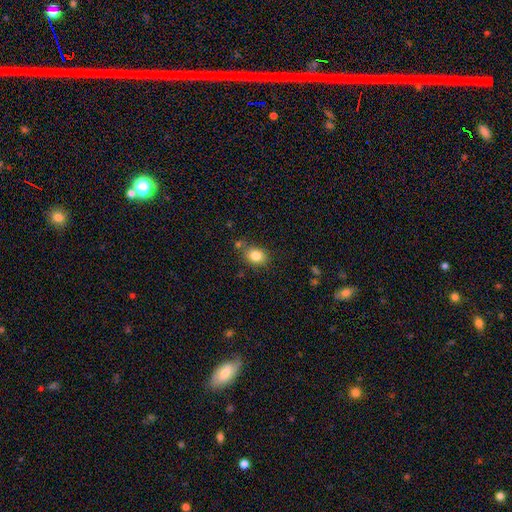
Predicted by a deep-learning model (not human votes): Smooth or featured? smooth (83%)
How rounded? in between (57%)
Merging? none (72%)